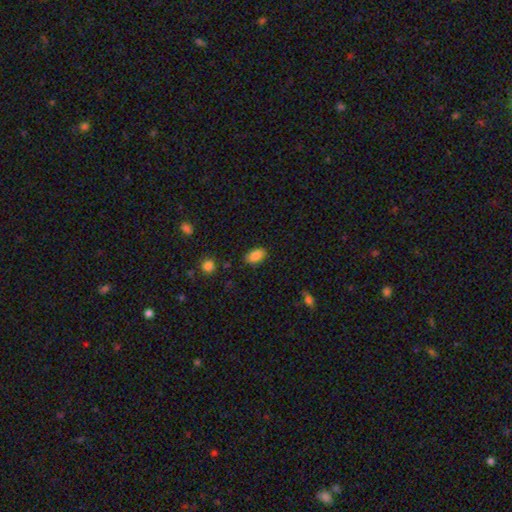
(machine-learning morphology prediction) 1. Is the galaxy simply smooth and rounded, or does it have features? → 86% smooth, 8% star or artifact, 6% featured or disk.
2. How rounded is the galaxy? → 91% in between, 6% round, 3% cigar-shaped.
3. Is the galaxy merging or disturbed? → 83% none, 12% minor disturbance, 3% major disturbance, 2% merger.